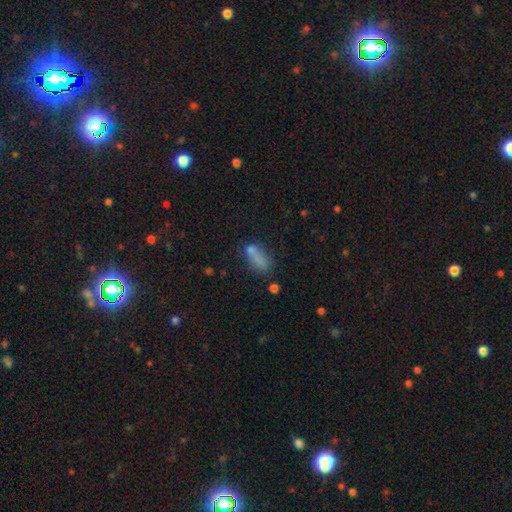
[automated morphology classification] The model was most divided on "merging": none: 44%, merger: 21%, minor disturbance: 21%, major disturbance: 14%. More confident: smooth or featured — smooth (70%); how rounded — in between (70%).